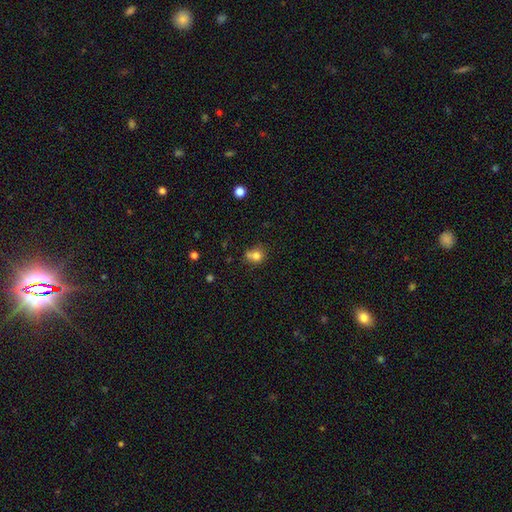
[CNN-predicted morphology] A smooth galaxy with no disk features (79%) that is round (71%). Merging: none (50%).